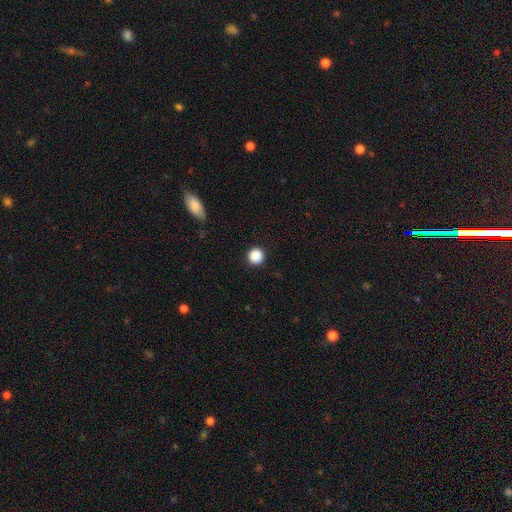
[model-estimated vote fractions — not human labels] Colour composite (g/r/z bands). It shows a smooth galaxy with no disk features (88%) that is round (95%). Merging: none (92%).